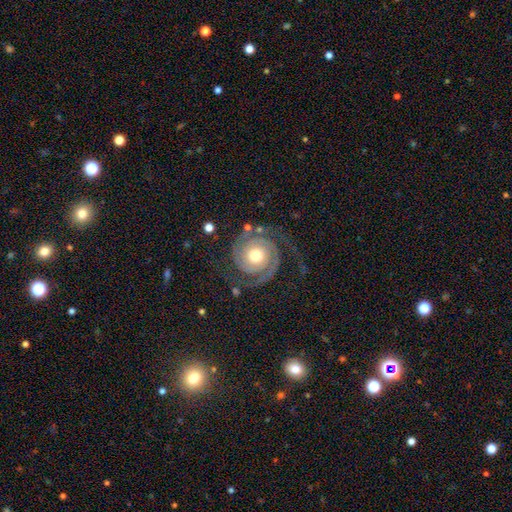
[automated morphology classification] featured or disk 91%, star or artifact 5%, smooth 5%. Down the decision tree: edge-on disk — no (98%); bar — no (77%); spiral arms — yes (98%); spiral arm count — 2 (92%); spiral winding — tight (68%); bulge size — moderate (68%); merging — none (77%).